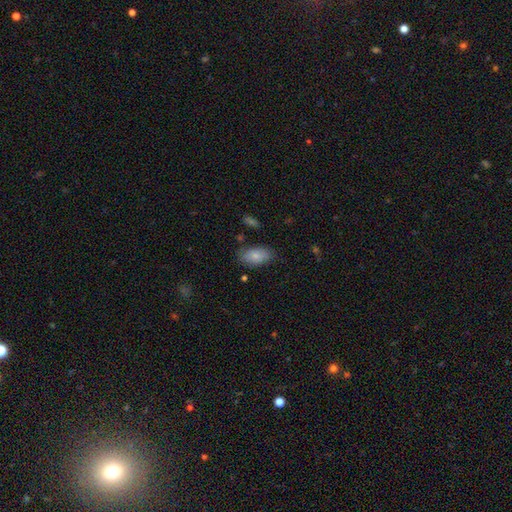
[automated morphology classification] type=smooth (83%); roundness=in between (93%); merging=none (75%).